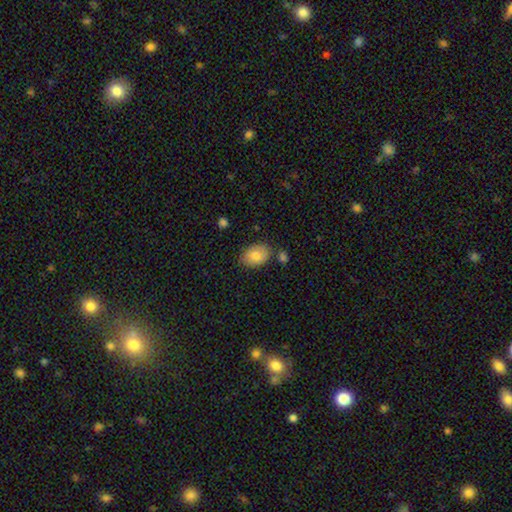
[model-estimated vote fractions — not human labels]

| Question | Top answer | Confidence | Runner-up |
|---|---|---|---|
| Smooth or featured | smooth | 80% | featured or disk (13%) |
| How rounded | in between | 80% | round (19%) |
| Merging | none | 75% | minor disturbance (16%) |